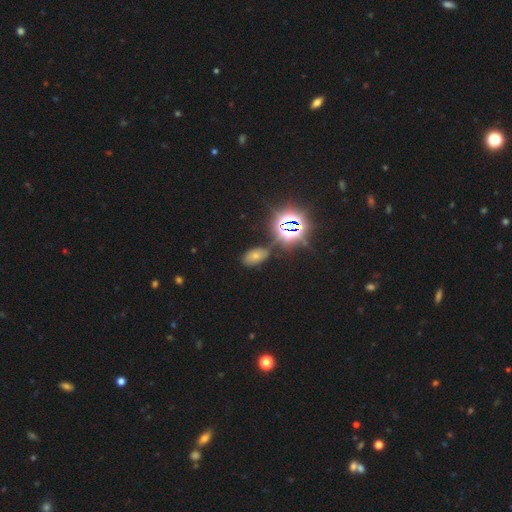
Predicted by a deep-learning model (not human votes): This appears to be a smooth galaxy with no disk features (48%). Merging: none (72%).